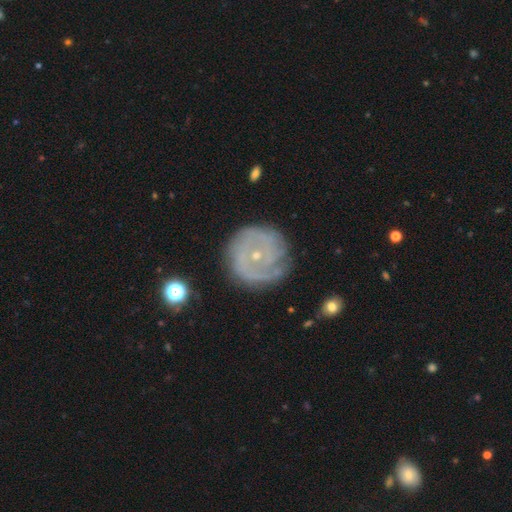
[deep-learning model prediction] Smooth or featured: featured or disk — 77% (smooth — 16%)
Edge-on disk: no — 97% (yes — 3%)
Bar: no — 75% (weak — 20%)
Spiral arms: yes — 88% (no — 12%)
Spiral winding: tight — 68% (medium — 24%)
Spiral arm count: can't tell — 35% (2 — 30%)
Bulge size: small — 84% (moderate — 12%)
Merging: none — 76% (minor disturbance — 16%)